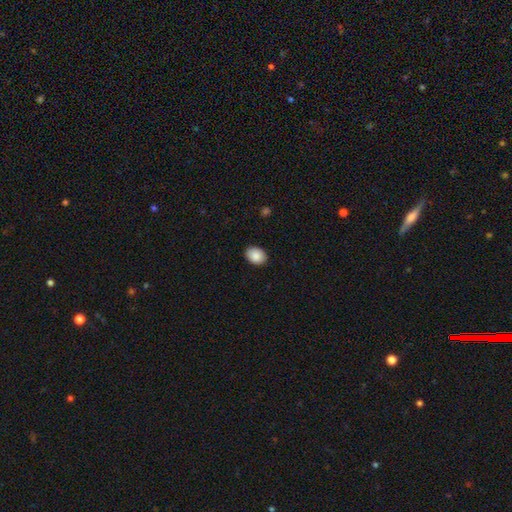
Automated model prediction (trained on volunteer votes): A smooth galaxy with no disk features (90%) that is in between round and cigar-shaped (73%). Merging: none (89%).